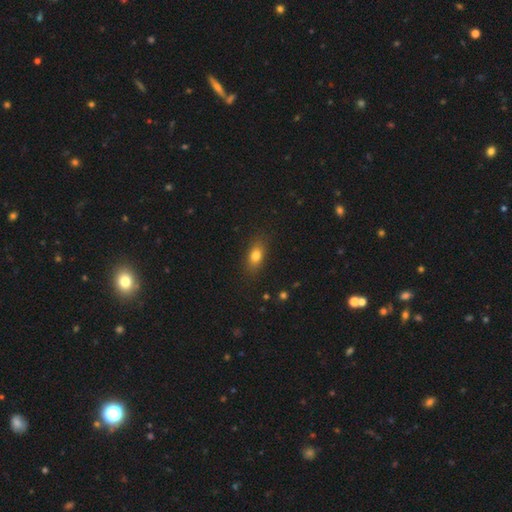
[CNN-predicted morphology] smooth 78%, featured or disk 12%, star or artifact 10%. Down the decision tree: how rounded — in between (77%); merging — none (84%).